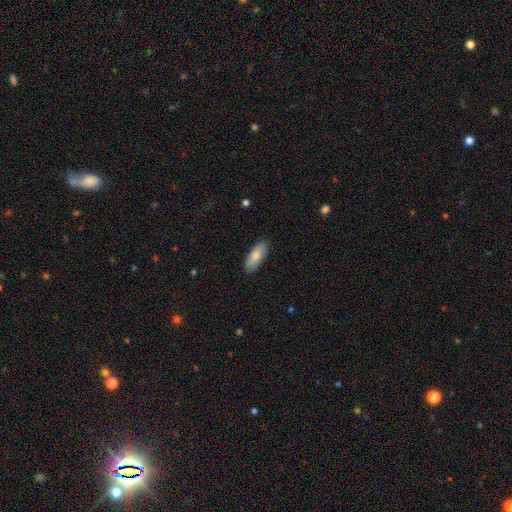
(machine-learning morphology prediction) Overall: smooth (82%). How rounded: in between (77%). Merging: none (88%).